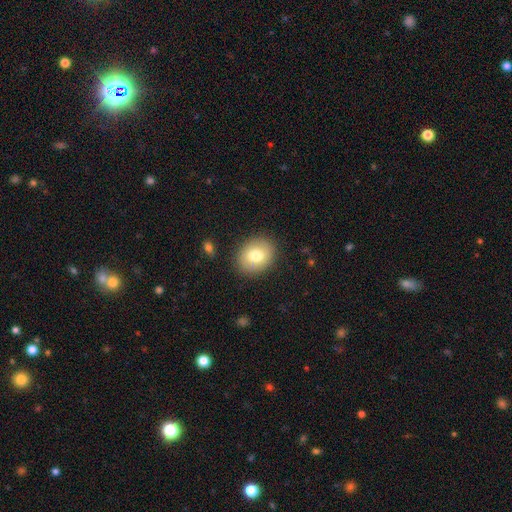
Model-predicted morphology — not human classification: Smooth or featured?
  - smooth: 77% *
  - featured or disk: 15%
  - star or artifact: 8%
How rounded?
  - in between: 50% *
  - round: 49%
  - cigar-shaped: 1%
Merging?
  - none: 86% *
  - minor disturbance: 9%
  - major disturbance: 3%
  - merger: 1%